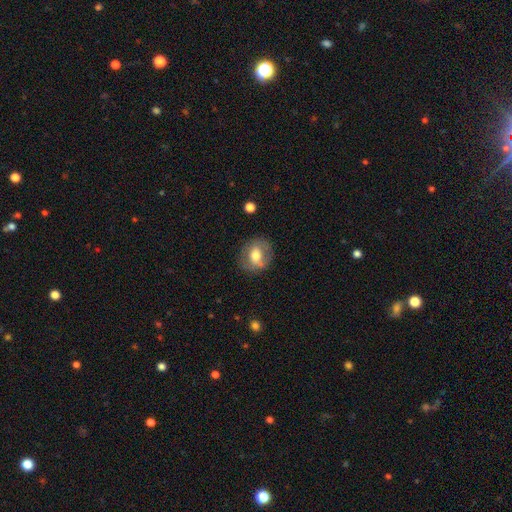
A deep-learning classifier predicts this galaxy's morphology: type=smooth (56%); roundness=round (65%); merging=none (74%).